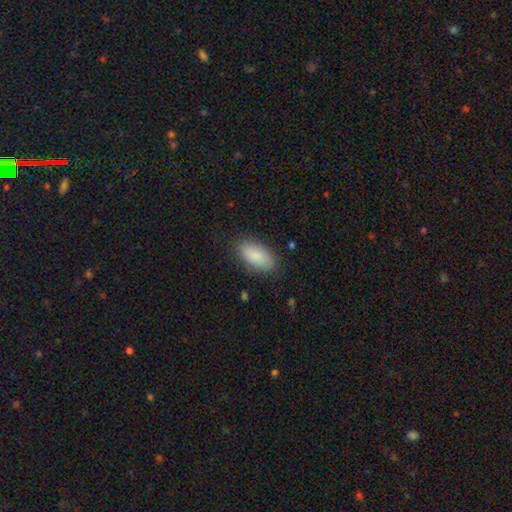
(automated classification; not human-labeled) Overall: smooth (87%). How rounded: in between (93%). Merging: none (85%).